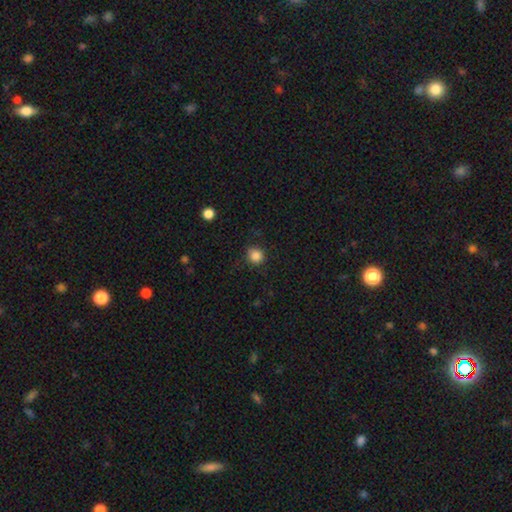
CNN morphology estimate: The model was most divided on "merging": none: 82%, minor disturbance: 13%, major disturbance: 3%, merger: 1%. More confident: how rounded — round (89%); smooth or featured — smooth (85%).